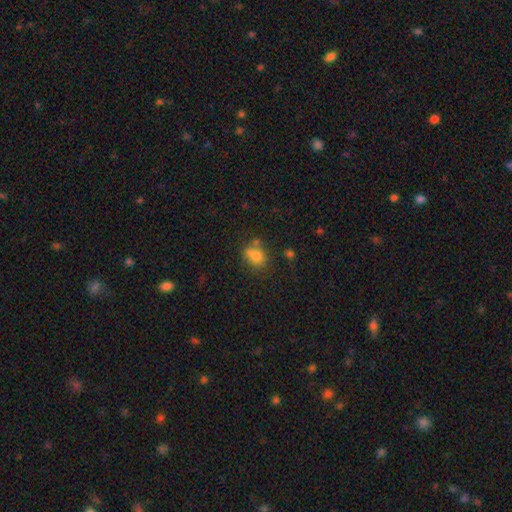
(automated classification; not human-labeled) Smooth or featured: smooth — 75% (star or artifact — 13%)
How rounded: round — 57% (in between — 42%)
Merging: none — 50% (merger — 24%)